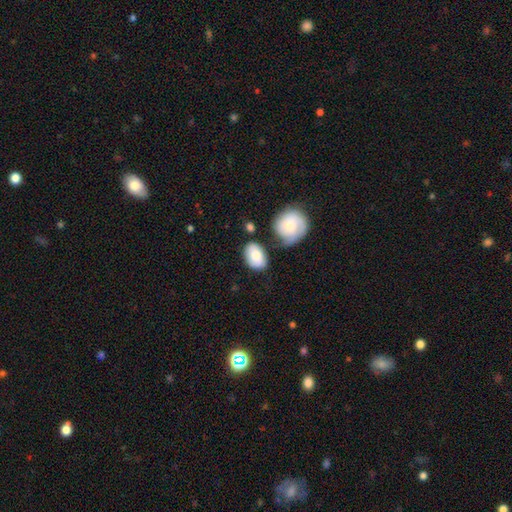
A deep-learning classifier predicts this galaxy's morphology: Overall: smooth (75%). How rounded: in between (79%). Merging: none (58%; minor disturbance 21%).